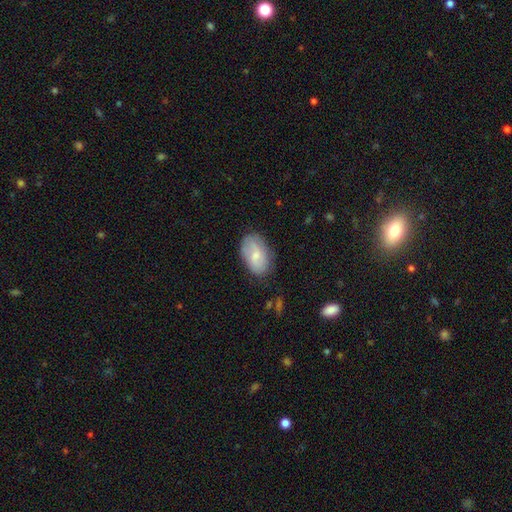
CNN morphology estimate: Overall: smooth (61%; featured or disk 32%). How rounded: in between (92%). Merging: none (74%).